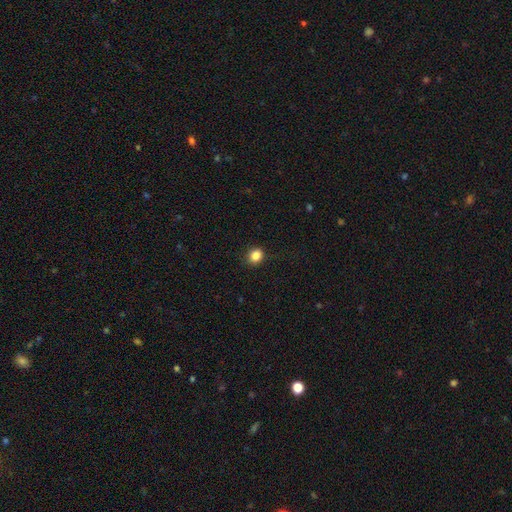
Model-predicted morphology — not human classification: A smooth galaxy with no disk features (85%) that is round (69%). Merging: none (86%).